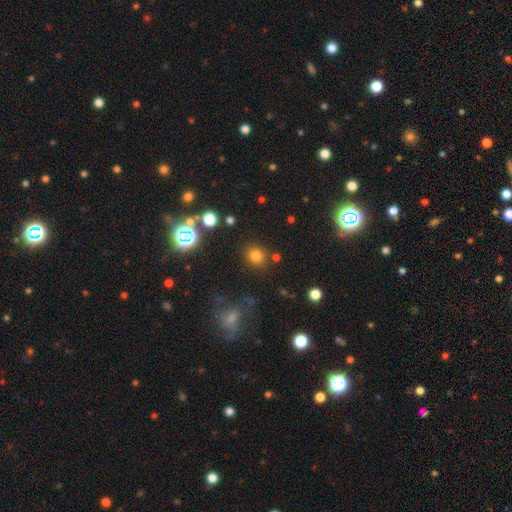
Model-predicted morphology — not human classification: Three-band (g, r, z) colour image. It shows a smooth galaxy with no disk features (75%) that is round (88%). Merging: none (84%).